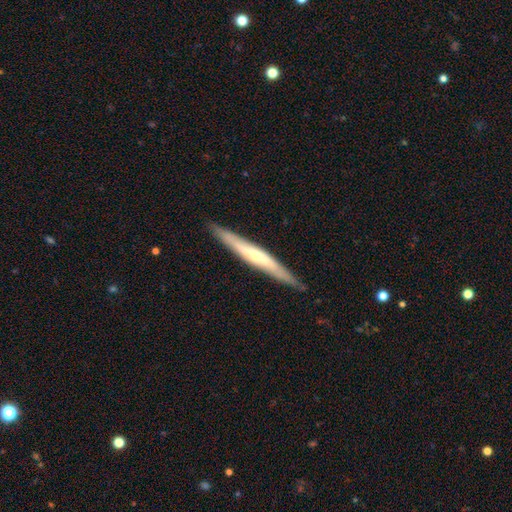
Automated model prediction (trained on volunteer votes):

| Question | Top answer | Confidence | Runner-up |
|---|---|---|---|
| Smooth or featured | featured or disk | 62% | smooth (32%) |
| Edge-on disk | yes | 92% | no (8%) |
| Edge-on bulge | rounded | 59% | none (35%) |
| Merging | none | 89% | minor disturbance (9%) |